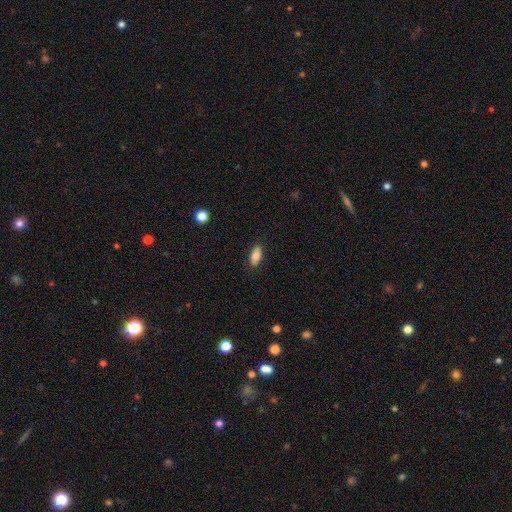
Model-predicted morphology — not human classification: Smooth or featured?
  - smooth: 80% *
  - featured or disk: 13%
  - star or artifact: 8%
How rounded?
  - in between: 89% *
  - cigar-shaped: 7%
  - round: 3%
Merging?
  - none: 85% *
  - minor disturbance: 12%
  - major disturbance: 3%
  - merger: 1%